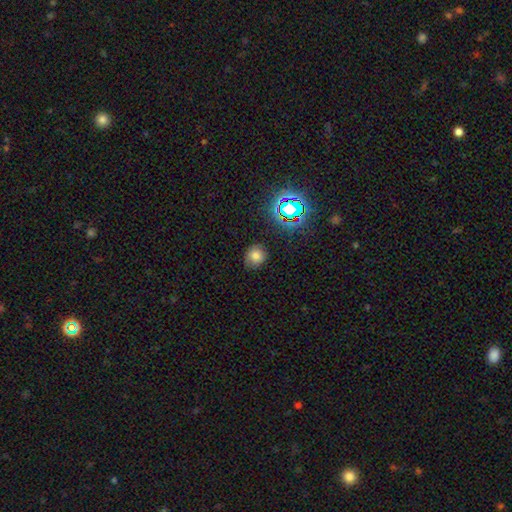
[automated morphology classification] smooth 73%, star or artifact 19%, featured or disk 8%. Down the decision tree: how rounded — round (81%); merging — none (82%).